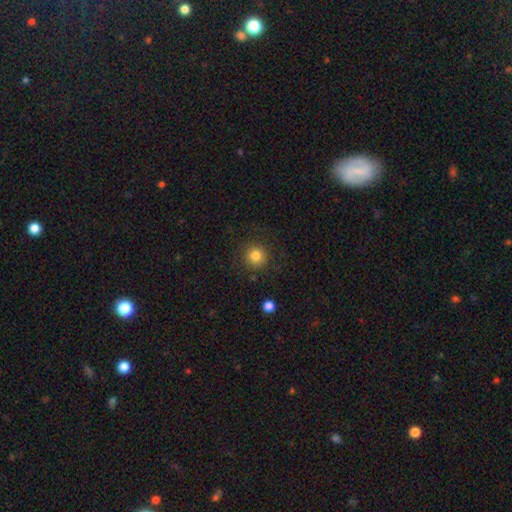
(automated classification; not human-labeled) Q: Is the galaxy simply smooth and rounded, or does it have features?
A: smooth — 83%.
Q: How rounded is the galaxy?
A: round — 94%.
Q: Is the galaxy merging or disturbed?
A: none — 88%.